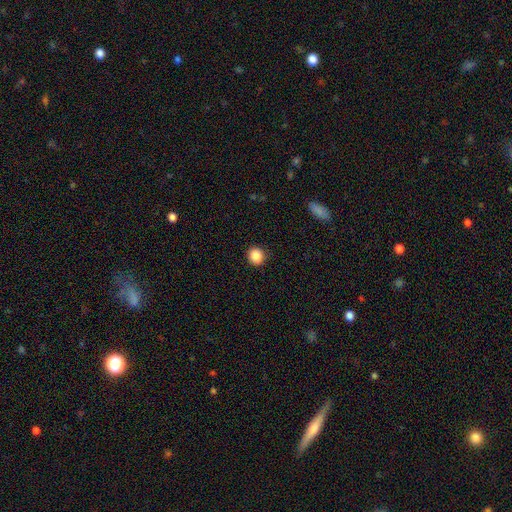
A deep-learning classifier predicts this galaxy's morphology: Smooth or featured? smooth (87%)
How rounded? round (88%)
Merging? none (91%)